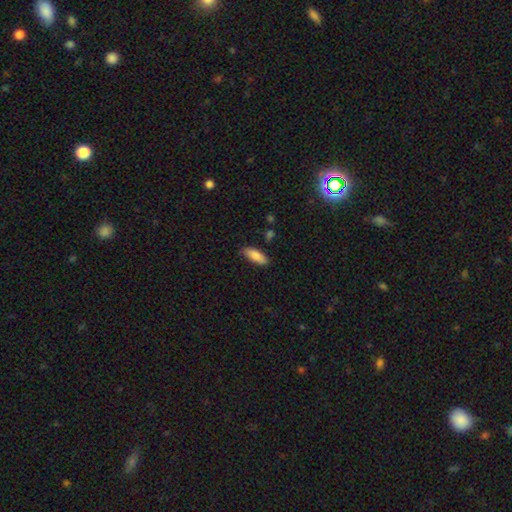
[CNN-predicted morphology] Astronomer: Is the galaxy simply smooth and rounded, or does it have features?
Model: smooth — 85%.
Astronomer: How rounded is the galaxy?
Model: in between — 71%.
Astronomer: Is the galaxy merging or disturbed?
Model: none — 81%.